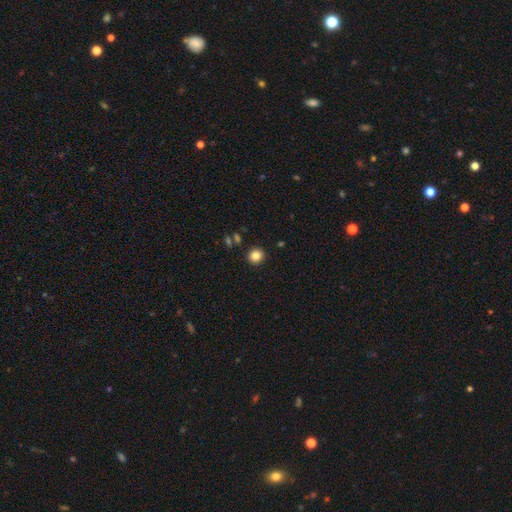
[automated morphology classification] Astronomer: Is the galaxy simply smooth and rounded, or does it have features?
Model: smooth — 84%.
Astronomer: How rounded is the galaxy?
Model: round — 87%.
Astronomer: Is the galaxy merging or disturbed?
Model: none — 90%.